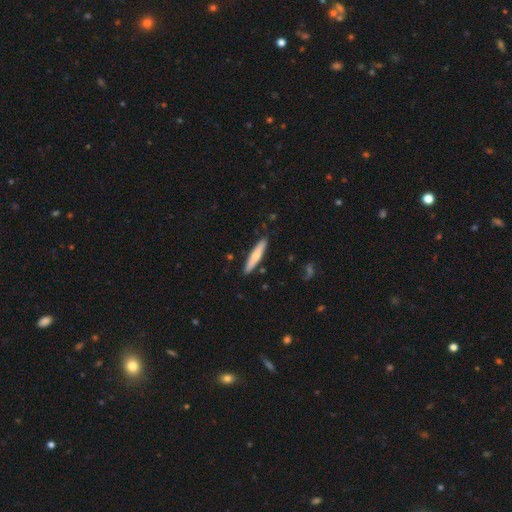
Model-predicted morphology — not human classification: Smooth or featured? Predicted: smooth (p=0.65). How rounded? Predicted: cigar-shaped (p=0.90). Merging? Predicted: none (p=0.88).